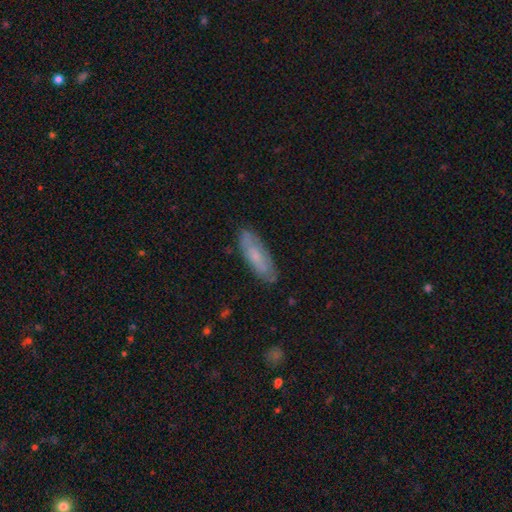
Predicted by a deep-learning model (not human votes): Overall: smooth (61%; featured or disk 32%). How rounded: in between (54%; cigar-shaped 45%). Merging: none (80%).